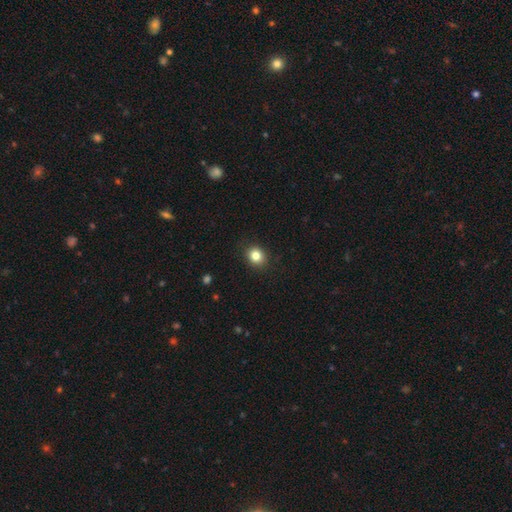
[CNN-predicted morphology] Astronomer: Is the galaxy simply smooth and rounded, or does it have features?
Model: smooth — 83%.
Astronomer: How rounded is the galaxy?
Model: round — 75%.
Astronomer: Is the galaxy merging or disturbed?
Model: none — 90%.